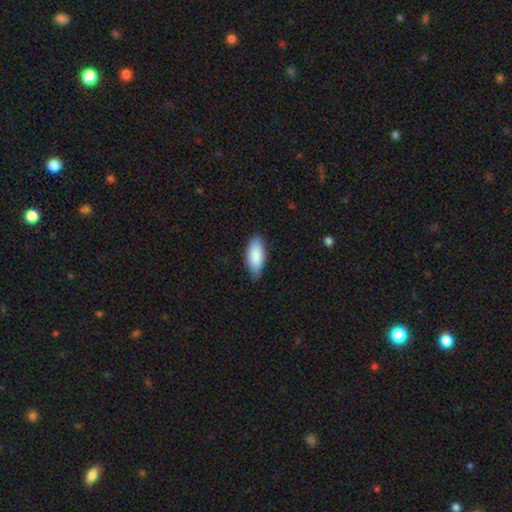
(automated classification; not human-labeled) smooth-or-featured: smooth: 88% | featured or disk: 7% | star or artifact: 6%
  how-rounded: in between: 88% | cigar-shaped: 11% | round: 2%
  merging: none: 77% | minor disturbance: 19% | major disturbance: 3% | merger: 1%